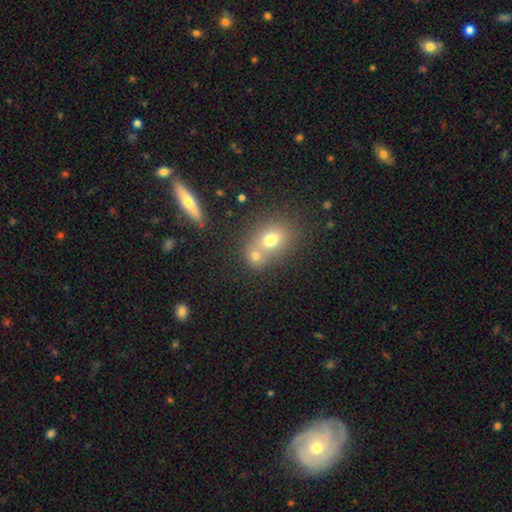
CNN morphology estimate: type=smooth (71%); roundness=round (61%); merging=merger (53%).